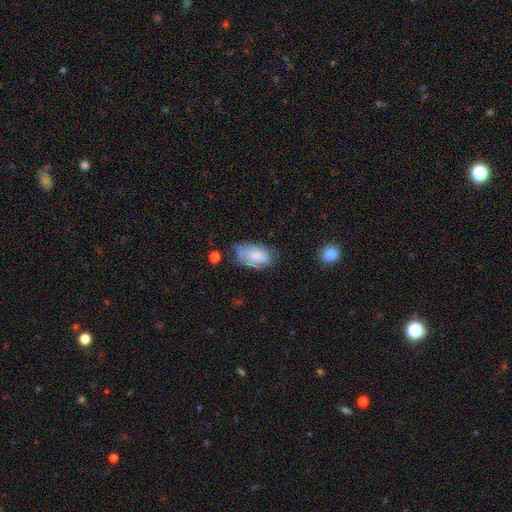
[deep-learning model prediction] Q: Smooth or featured?
A: smooth (70%); runner-up: featured or disk (22%)
Q: How rounded?
A: in between (93%); runner-up: round (5%)
Q: Merging?
A: none (54%); runner-up: minor disturbance (32%)